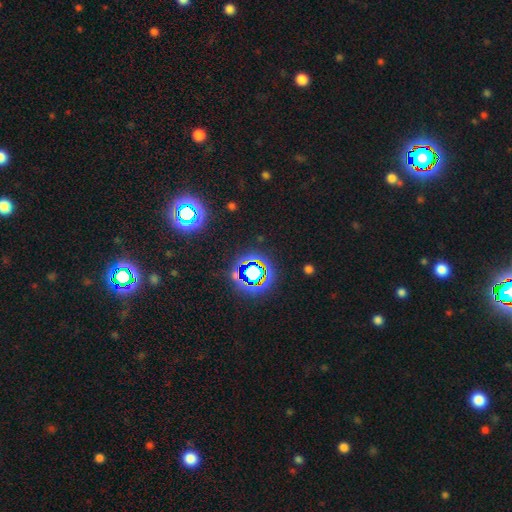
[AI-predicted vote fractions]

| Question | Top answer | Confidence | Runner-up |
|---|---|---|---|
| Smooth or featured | star or artifact | 80% | smooth (13%) |